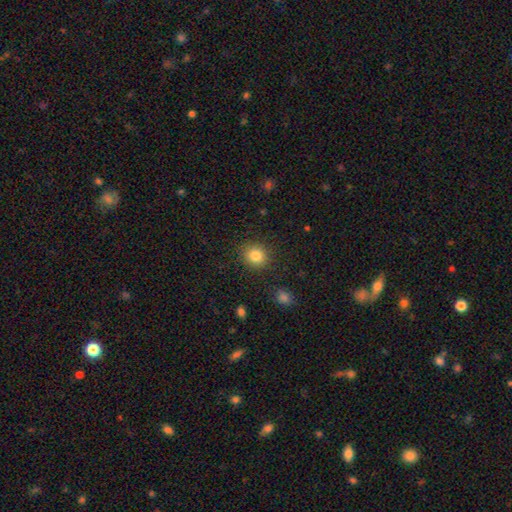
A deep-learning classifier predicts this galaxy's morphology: A smooth galaxy with no disk features (83%) that is round (86%).

Vote fractions:
- Smooth or featured? smooth: 83% / star or artifact: 11% / featured or disk: 6%
- How rounded? round: 86% / in between: 13% / cigar-shaped: 1%
- Merging? none: 89% / minor disturbance: 7% / major disturbance: 2% / merger: 1%